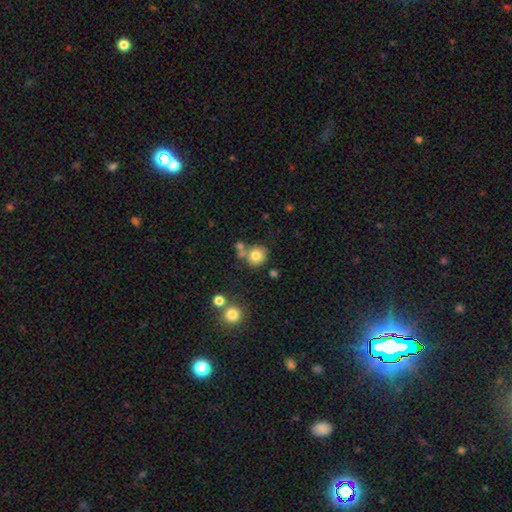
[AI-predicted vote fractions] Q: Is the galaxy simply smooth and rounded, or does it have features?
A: smooth — 77%.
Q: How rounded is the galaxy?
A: round — 87%.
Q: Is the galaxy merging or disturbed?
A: none — 66%.